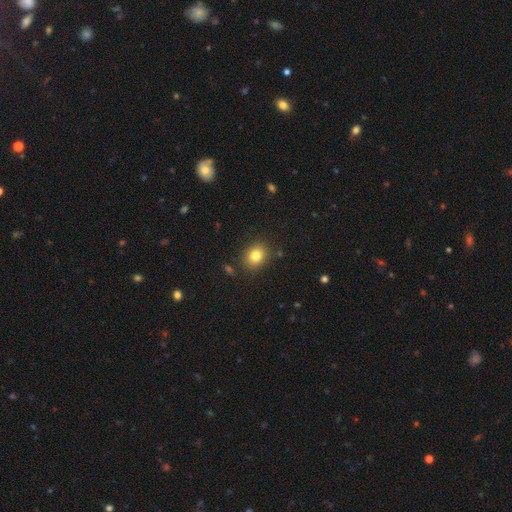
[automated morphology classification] smooth_or_featured: smooth (p=0.81) [alt: star or artifact p=0.11]
how_rounded: round (p=0.53) [alt: in between p=0.46]
merging: none (p=0.86) [alt: minor disturbance p=0.09]